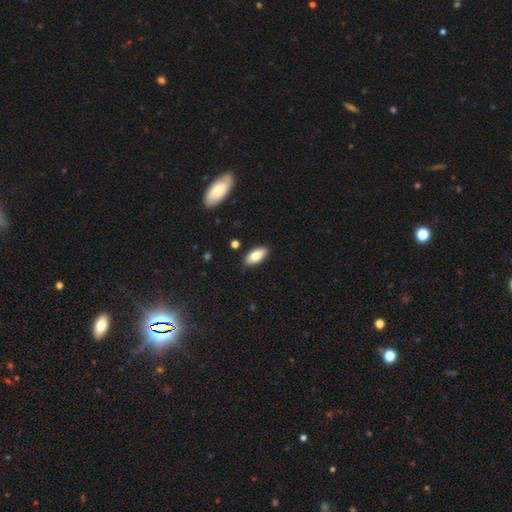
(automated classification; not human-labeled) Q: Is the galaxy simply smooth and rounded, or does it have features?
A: smooth — 80%.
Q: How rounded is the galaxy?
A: in between — 89%.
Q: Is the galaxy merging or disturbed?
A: none — 87%.